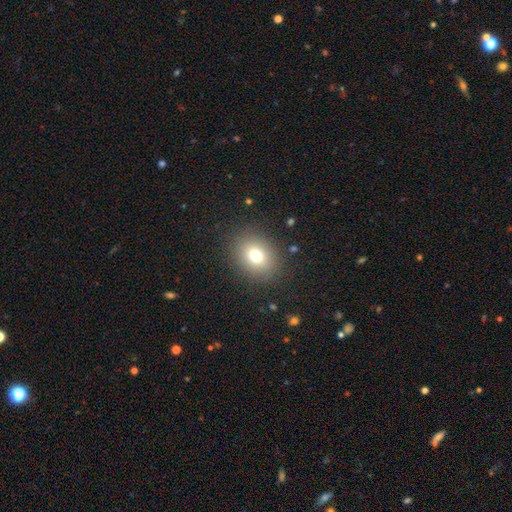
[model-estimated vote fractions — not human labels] This appears to be a smooth galaxy with no disk features (75%) that is round (59%). Merging: none (86%).